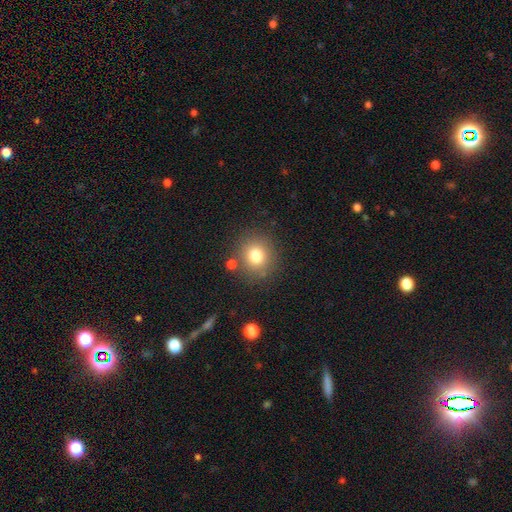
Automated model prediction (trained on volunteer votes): A smooth galaxy with no disk features (78%) that is round (86%).

Vote fractions:
- Smooth or featured? smooth: 78% / star or artifact: 12% / featured or disk: 9%
- How rounded? round: 86% / in between: 13% / cigar-shaped: 1%
- Merging? none: 81% / minor disturbance: 10% / merger: 5% / major disturbance: 4%